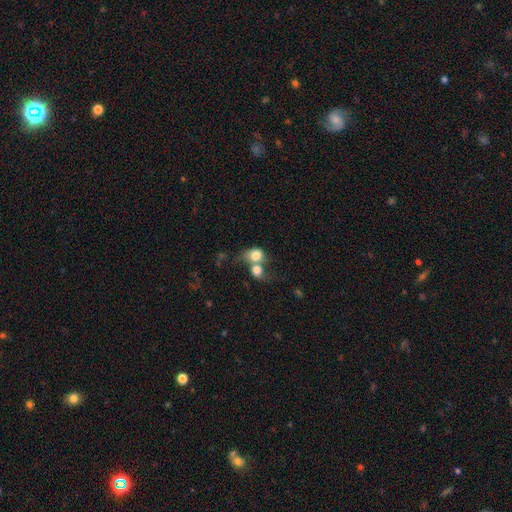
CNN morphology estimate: This appears to be a smooth galaxy with no disk features (74%) that is round (57%). Merging: merger (71%).